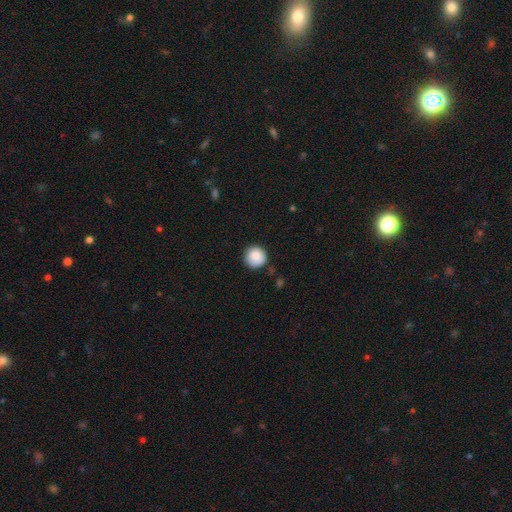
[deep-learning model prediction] A smooth galaxy with no disk features (87%) that is round (96%).

Vote fractions:
- Smooth or featured? smooth: 87% / star or artifact: 8% / featured or disk: 5%
- How rounded? round: 96% / in between: 3% / cigar-shaped: 1%
- Merging? none: 87% / minor disturbance: 9% / major disturbance: 2% / merger: 2%